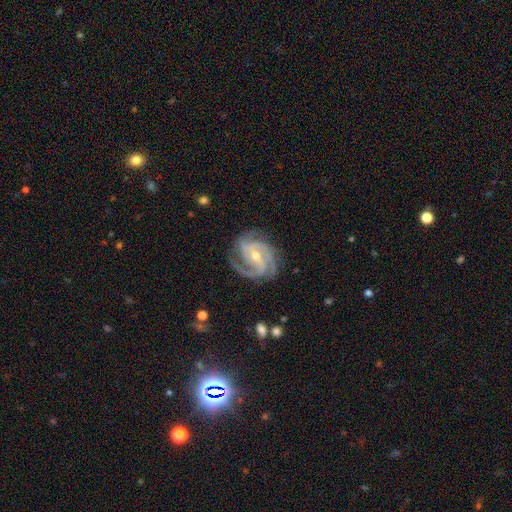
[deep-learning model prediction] smooth-or-featured: featured or disk: 92% | star or artifact: 5% | smooth: 3%
  disk-edge-on: no: 98% | yes: 2%
    bar: weak: 40% | strong: 32% | no: 28%
    has-spiral-arms: yes: 99% | no: 1%
      spiral-winding: tight: 55% | medium: 39% | loose: 5%
      spiral-arm-count: 3: 54% | 2: 16% | 4: 14% | can't tell: 7% | more than 4: 5% | 1: 5%
    bulge-size: small: 52% | moderate: 45% | large: 1% | none: 1% | dominant: 1%
  merging: none: 77% | minor disturbance: 16% | major disturbance: 6% | merger: 1%